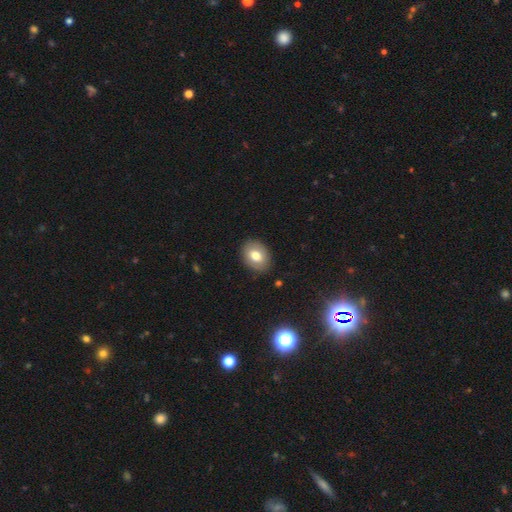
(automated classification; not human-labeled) This is likely a smooth galaxy (75%). How rounded: likely in between (66%). Merging: clearly none (88%).